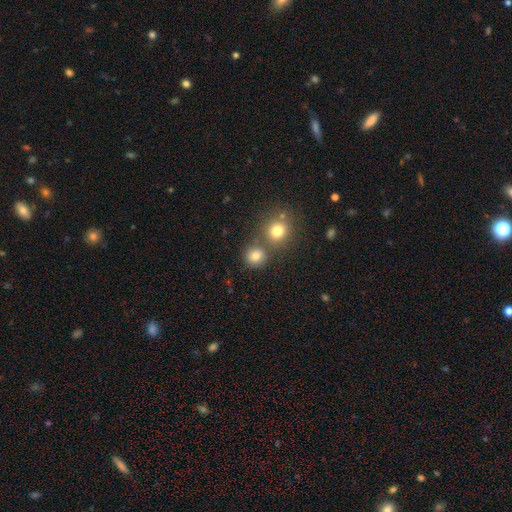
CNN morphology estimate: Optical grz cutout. It shows a smooth galaxy with no disk features (78%) that is round (87%). Merging: none (67%).